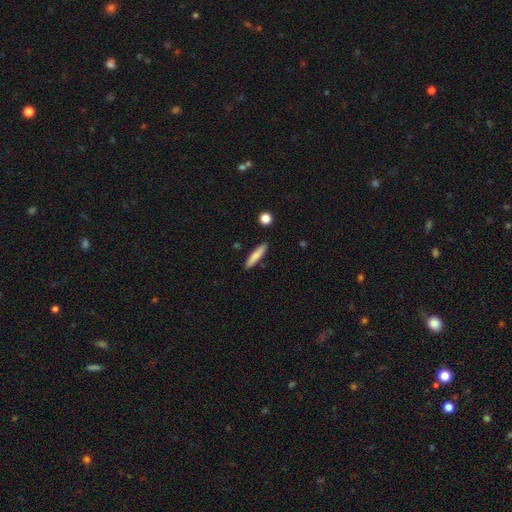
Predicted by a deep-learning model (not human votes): A smooth galaxy with no disk features (82%) that is cigar-shaped (88%).

Vote fractions:
- Smooth or featured? smooth: 82% / featured or disk: 12% / star or artifact: 6%
- How rounded? cigar-shaped: 88% / in between: 10% / round: 1%
- Merging? none: 89% / minor disturbance: 7% / merger: 2% / major disturbance: 2%